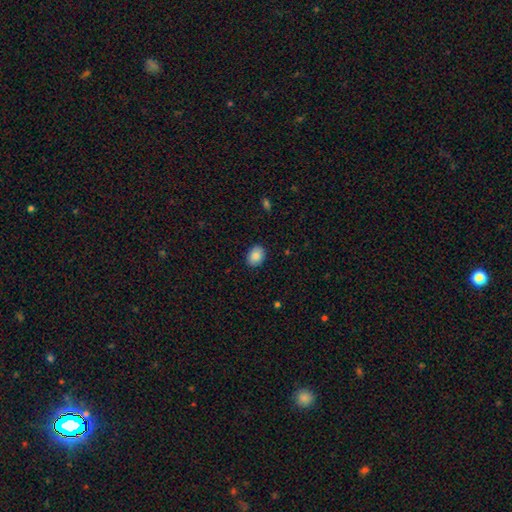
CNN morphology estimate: Smooth or featured: smooth — 88% (star or artifact — 8%)
How rounded: in between — 66% (round — 33%)
Merging: none — 89% (minor disturbance — 8%)